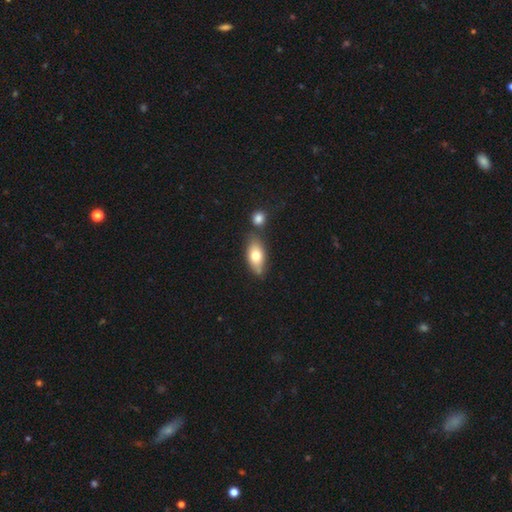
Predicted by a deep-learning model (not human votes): smooth-or-featured: smooth: 70% | featured or disk: 23% | star or artifact: 7%
  how-rounded: in between: 86% | cigar-shaped: 9% | round: 5%
  merging: none: 63% | merger: 17% | minor disturbance: 16% | major disturbance: 4%